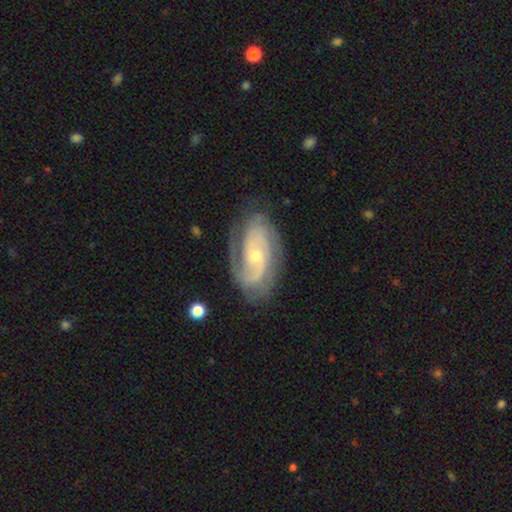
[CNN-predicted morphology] A featured or disk galaxy (88%) with no bar (60%), 2 (58%) tight (49%) spiral arms (97%) and a small central bulge (57%). Merging: none (73%).